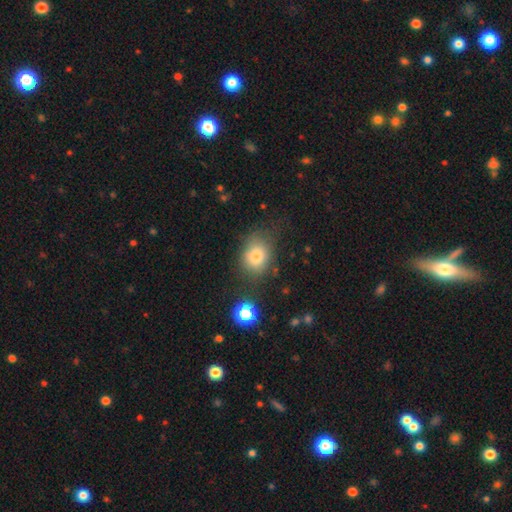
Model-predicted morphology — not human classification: Smooth or featured? smooth (78%)
How rounded? round (53%)
Merging? none (67%)